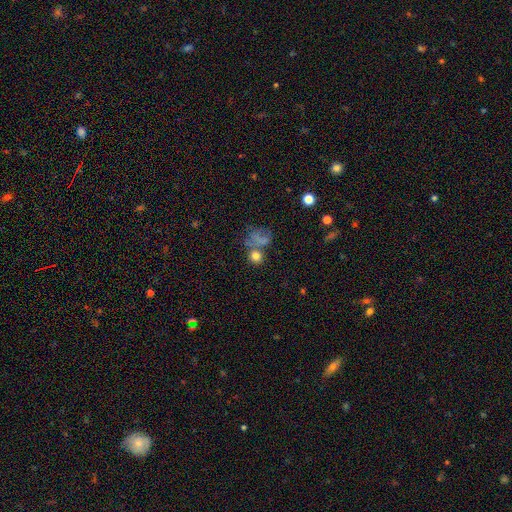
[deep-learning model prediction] The model was most divided on "merging": none: 50%, merger: 26%, minor disturbance: 13%, major disturbance: 11%. More confident: how rounded — round (77%); smooth or featured — smooth (73%).